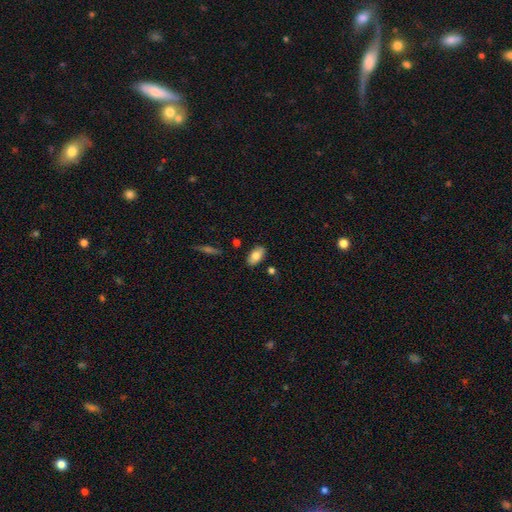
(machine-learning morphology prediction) Overall: smooth (77%). How rounded: in between (92%). Merging: none (84%).